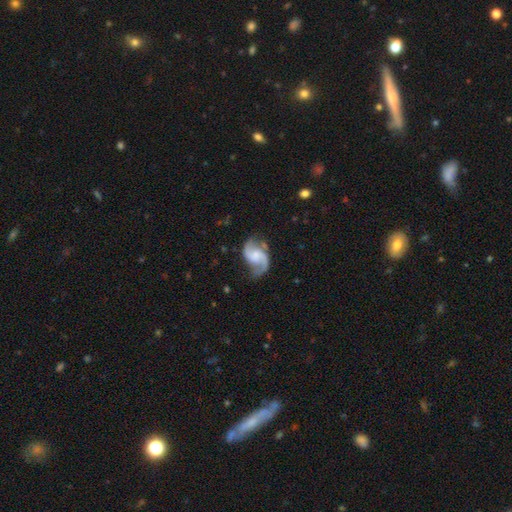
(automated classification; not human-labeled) Smooth or featured? Predicted: featured or disk (p=0.88). Edge-on disk? Predicted: no (p=0.98). Bar? Predicted: no (p=0.51). Spiral arms? Predicted: yes (p=0.97). Spiral winding? Predicted: medium (p=0.45, tied with loose). Spiral arm count? Predicted: 2 (p=0.92). Bulge size? Predicted: none (p=0.31). Merging? Predicted: none (p=0.71).